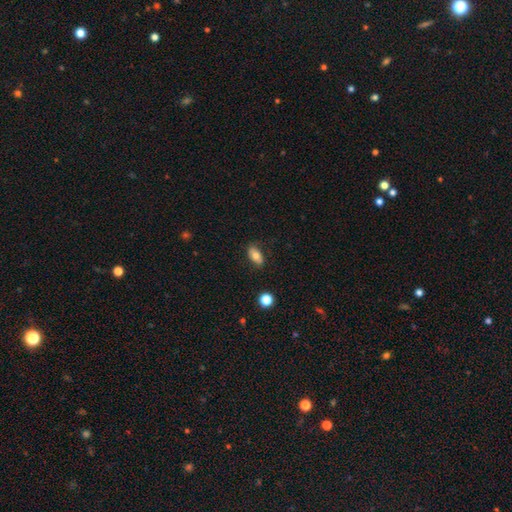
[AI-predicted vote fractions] This appears to be a smooth galaxy with no disk features (74%) that is in between round and cigar-shaped (88%). Merging: none (82%).